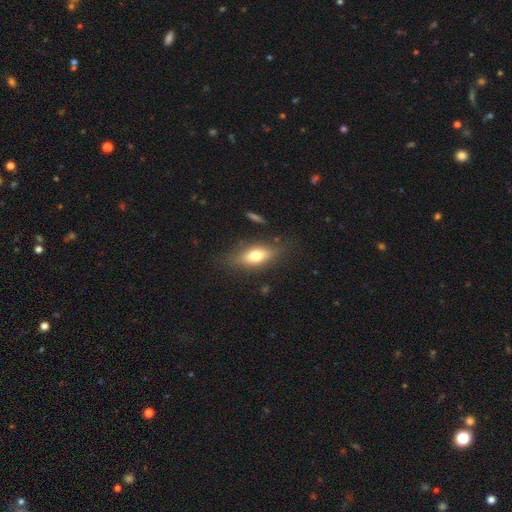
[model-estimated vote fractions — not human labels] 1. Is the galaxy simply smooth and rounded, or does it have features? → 67% smooth, 25% featured or disk, 8% star or artifact.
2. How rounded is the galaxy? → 75% in between, 18% cigar-shaped, 6% round.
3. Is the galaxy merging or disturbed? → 78% none, 15% minor disturbance, 5% major disturbance, 2% merger.